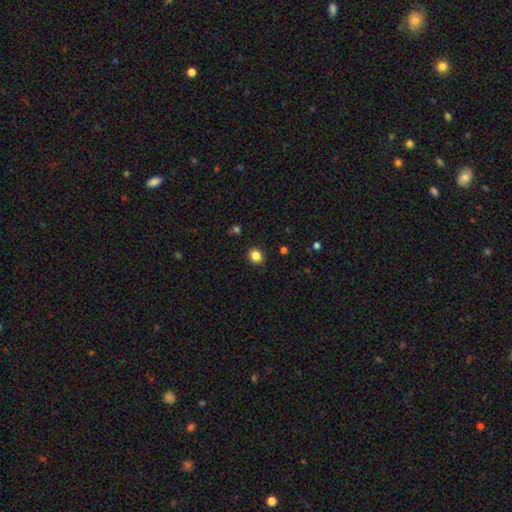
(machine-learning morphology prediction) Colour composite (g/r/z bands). It shows a smooth galaxy with no disk features (85%) that is round (77%). Merging: none (90%).